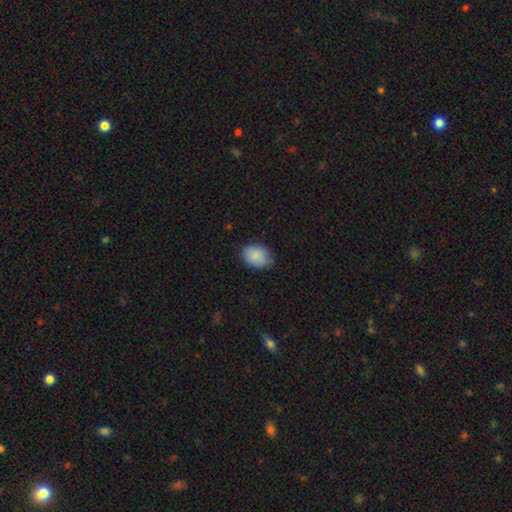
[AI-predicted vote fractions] Smooth or featured: smooth — 88% (star or artifact — 7%)
How rounded: in between — 69% (round — 30%)
Merging: none — 75% (minor disturbance — 21%)